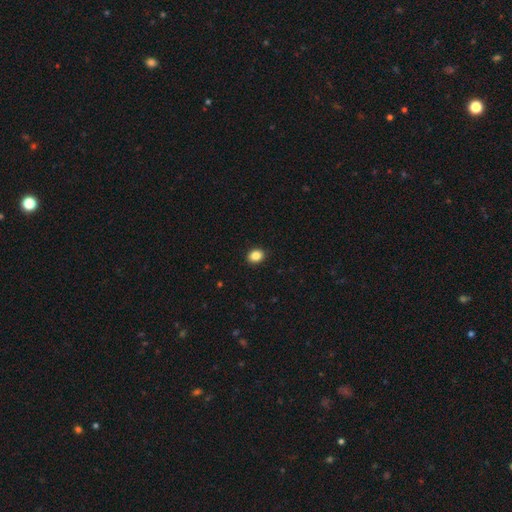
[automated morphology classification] This is clearly a smooth galaxy (86%). How rounded: possibly round (55%). Merging: clearly none (92%).